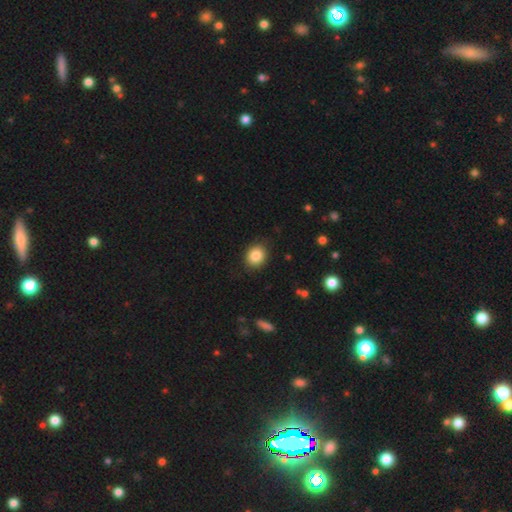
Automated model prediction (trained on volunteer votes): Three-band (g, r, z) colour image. It shows a smooth galaxy with no disk features (85%) that is round (64%). Merging: none (87%).